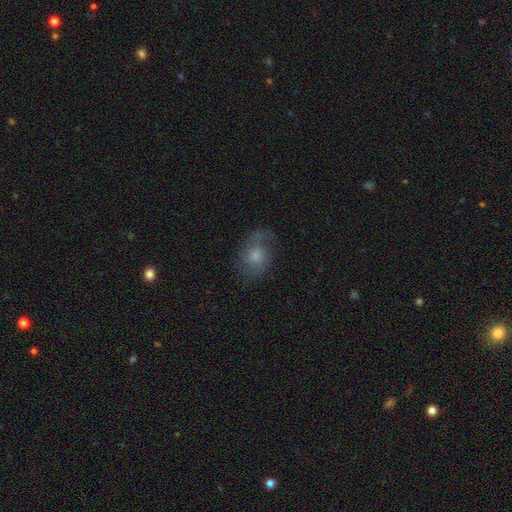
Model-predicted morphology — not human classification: This appears to be a featured or disk galaxy (47%). Merging: none (65%).